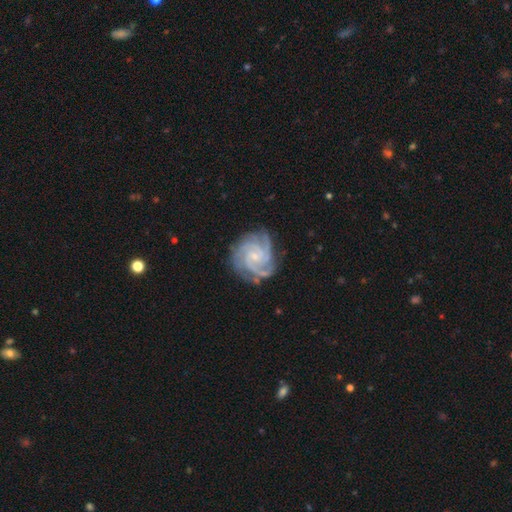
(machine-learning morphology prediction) type=featured or disk (92%); edge-on=no (98%); bar=no (64%); spiral arms=yes (99%); winding=tight (71%); arm count=3 (40%); bulge=small (78%); merging=none (78%).